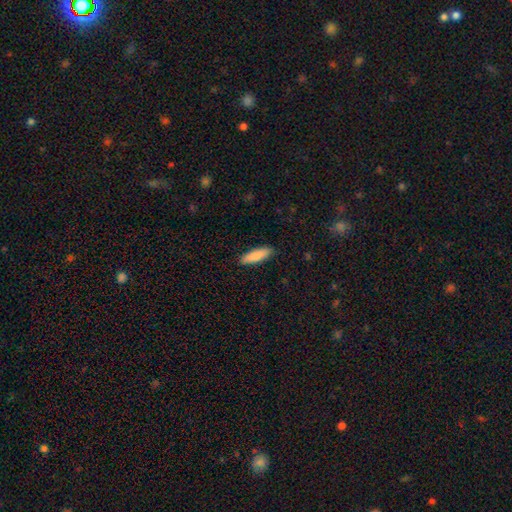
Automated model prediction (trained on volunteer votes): Smooth or featured? Predicted: smooth (p=0.86). How rounded? Predicted: cigar-shaped (p=0.58). Merging? Predicted: none (p=0.88).